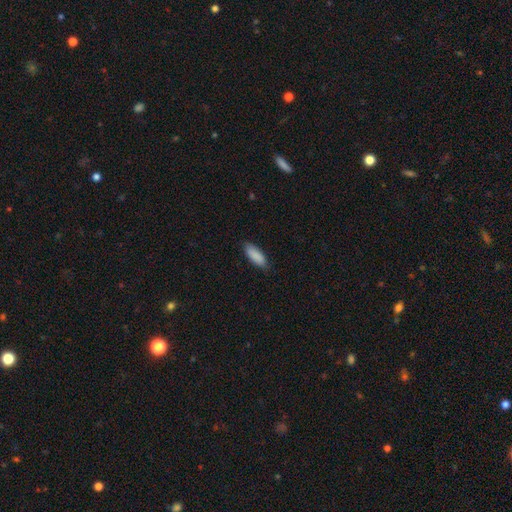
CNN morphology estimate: Smooth or featured? smooth (90%)
How rounded? in between (68%)
Merging? none (85%)